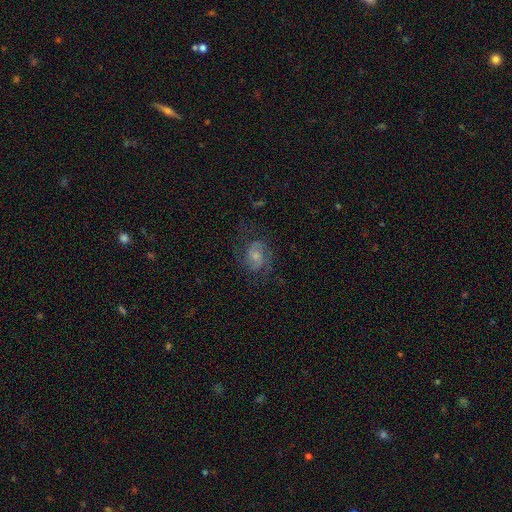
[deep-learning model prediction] Smooth or featured: featured or disk — 61% (smooth — 29%)
Edge-on disk: no — 97% (yes — 3%)
Bar: no — 63% (weak — 32%)
Spiral arms: yes — 87% (no — 13%)
Spiral winding: medium — 48% (tight — 28%)
Spiral arm count: 2 — 72% (can't tell — 15%)
Bulge size: small — 44% (moderate — 42%)
Merging: none — 62% (minor disturbance — 20%)